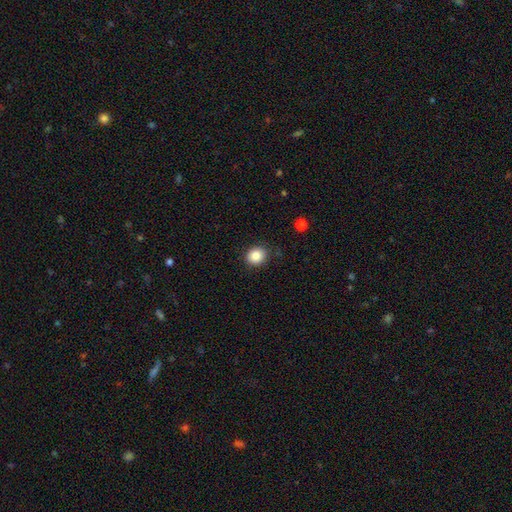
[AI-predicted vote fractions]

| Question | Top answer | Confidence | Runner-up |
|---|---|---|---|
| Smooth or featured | smooth | 86% | star or artifact (9%) |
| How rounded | round | 72% | in between (27%) |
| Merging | none | 86% | minor disturbance (10%) |